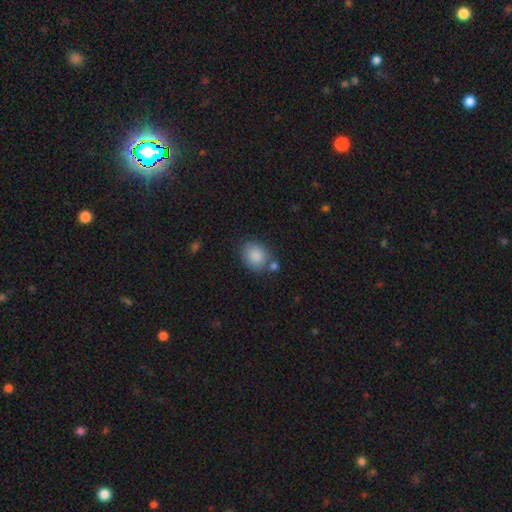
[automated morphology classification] type=smooth (87%); roundness=in between (51%); merging=none (67%).